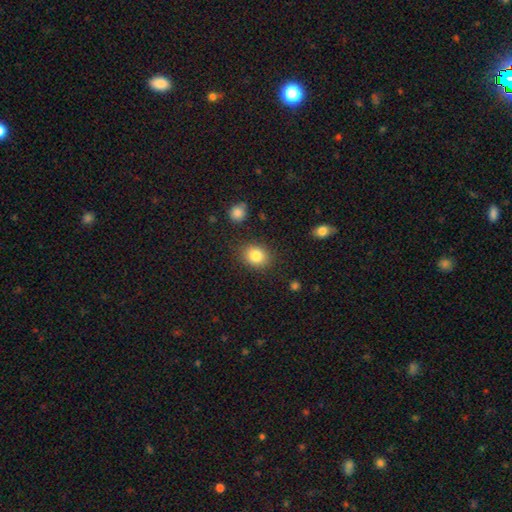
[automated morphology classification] This appears to be a smooth galaxy with no disk features (83%) that is round (55%). Merging: none (84%).